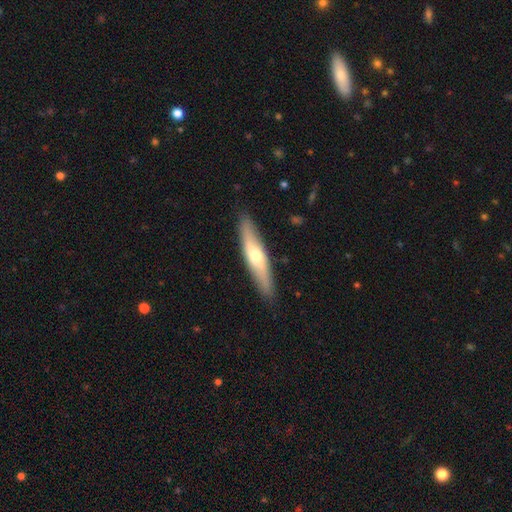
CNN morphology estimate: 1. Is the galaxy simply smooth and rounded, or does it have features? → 51% featured or disk, 44% smooth, 6% star or artifact.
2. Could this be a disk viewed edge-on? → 76% yes, 24% no.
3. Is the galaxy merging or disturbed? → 89% none, 8% minor disturbance, 2% major disturbance, 1% merger.